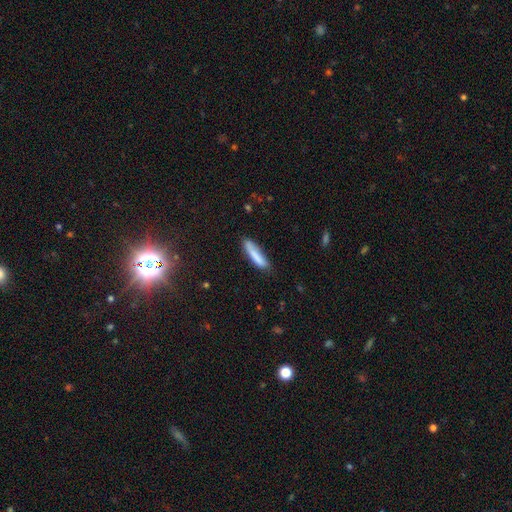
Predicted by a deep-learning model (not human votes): Overall: smooth (83%). How rounded: cigar-shaped (83%). Merging: none (78%).